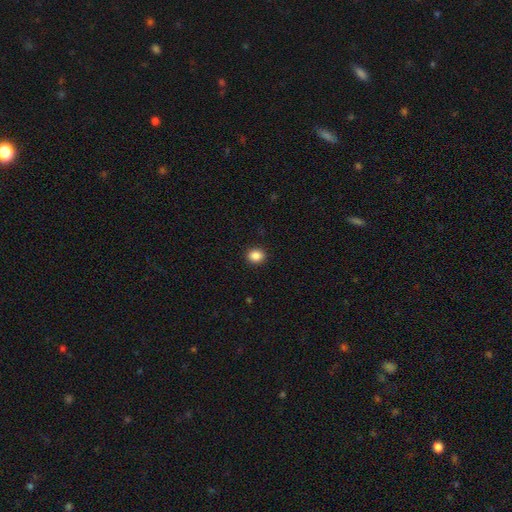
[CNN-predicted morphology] type=smooth (87%); roundness=round (71%); merging=none (92%).